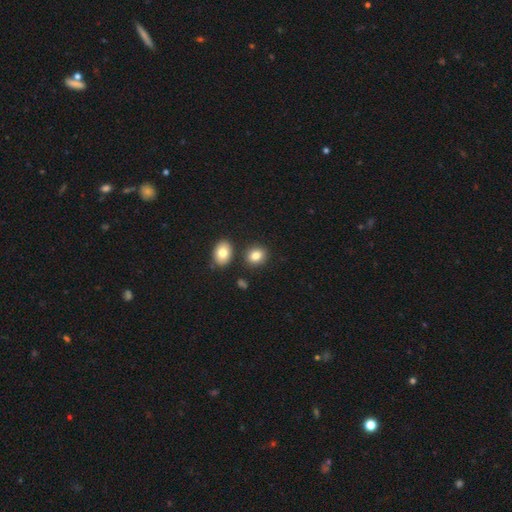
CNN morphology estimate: Smooth or featured?
  - smooth: 82% *
  - star or artifact: 9%
  - featured or disk: 8%
How rounded?
  - round: 55% *
  - in between: 43%
  - cigar-shaped: 1%
Merging?
  - none: 79% *
  - minor disturbance: 9%
  - merger: 9%
  - major disturbance: 3%